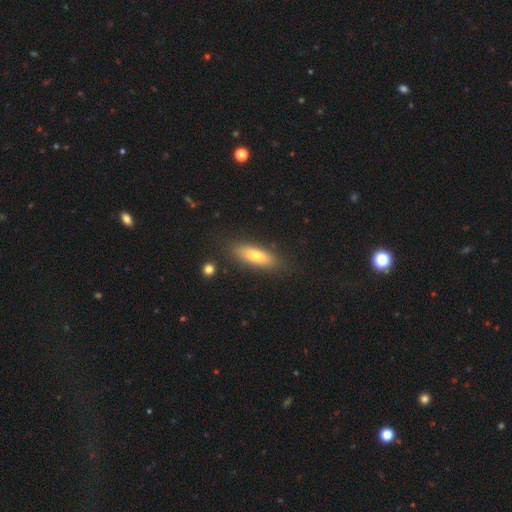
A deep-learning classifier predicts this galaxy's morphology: type=smooth (69%); roundness=in between (59%); merging=none (84%).